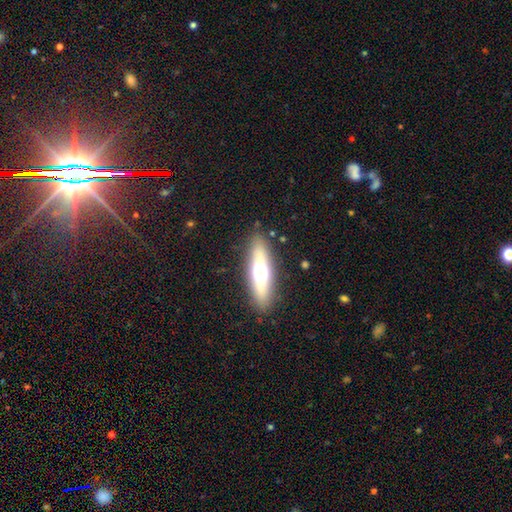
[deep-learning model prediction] Smooth or featured? smooth (52%)
How rounded? cigar-shaped (59%)
Merging? none (86%)